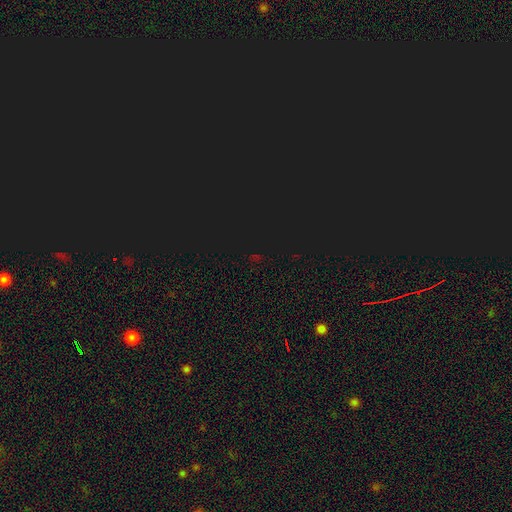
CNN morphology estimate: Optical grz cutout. It shows a star or artifact, not a galaxy (78%).